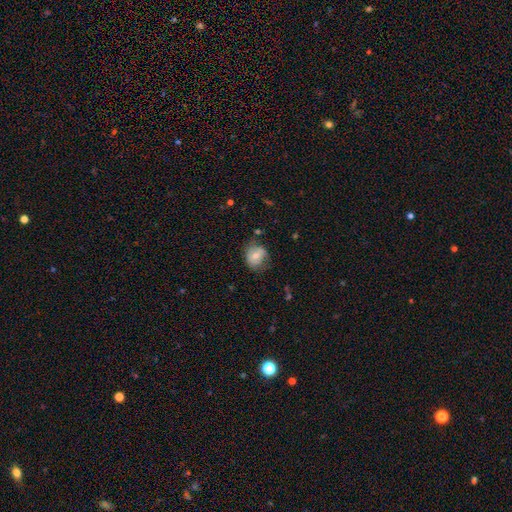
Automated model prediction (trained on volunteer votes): Smooth or featured? smooth (61%)
How rounded? round (60%)
Merging? none (61%)